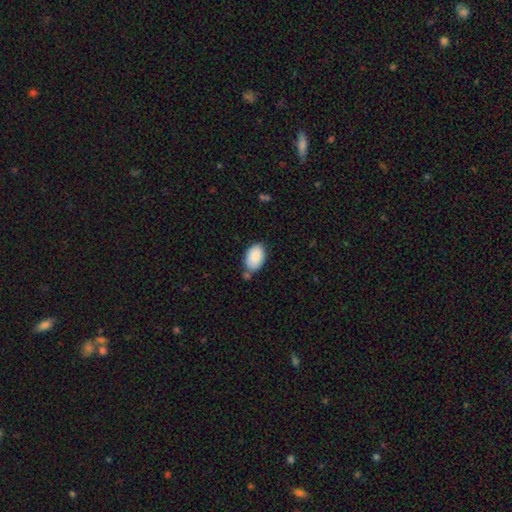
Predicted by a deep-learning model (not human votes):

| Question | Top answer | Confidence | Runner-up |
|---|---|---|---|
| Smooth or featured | smooth | 88% | star or artifact (6%) |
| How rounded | in between | 91% | round (7%) |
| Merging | none | 67% | minor disturbance (20%) |